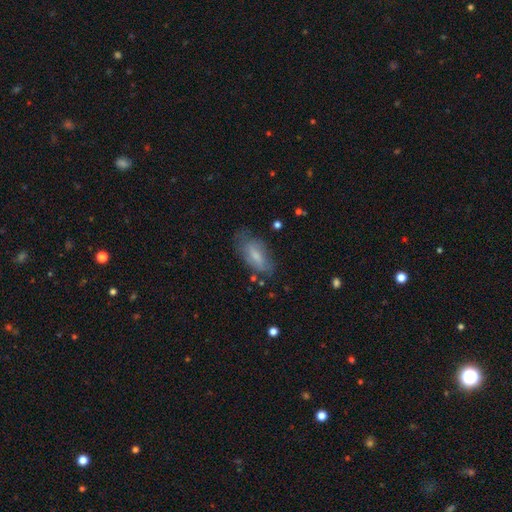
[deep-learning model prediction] This appears to be a smooth galaxy with no disk features (64%) that is in between round and cigar-shaped (82%). Merging: none (62%).